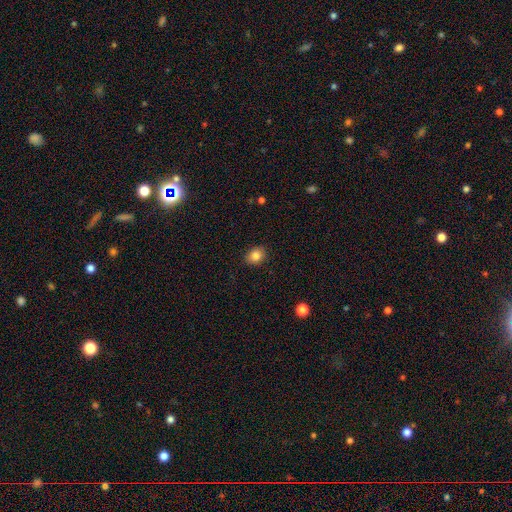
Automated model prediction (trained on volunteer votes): smooth 83%, star or artifact 10%, featured or disk 7%. Down the decision tree: how rounded — in between (53%); merging — none (89%).